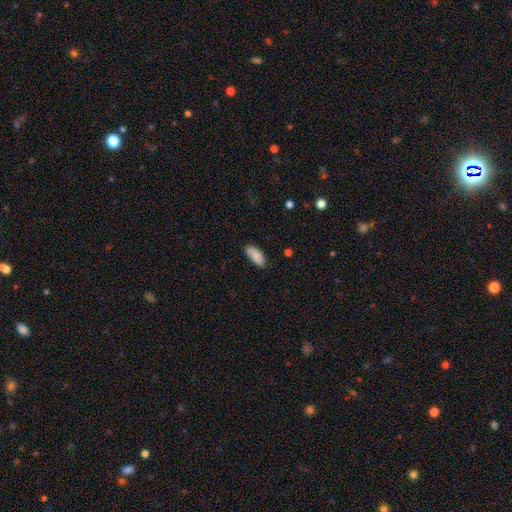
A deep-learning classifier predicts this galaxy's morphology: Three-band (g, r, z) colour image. It shows a smooth galaxy with no disk features (86%) that is in between round and cigar-shaped (85%). Merging: none (78%).